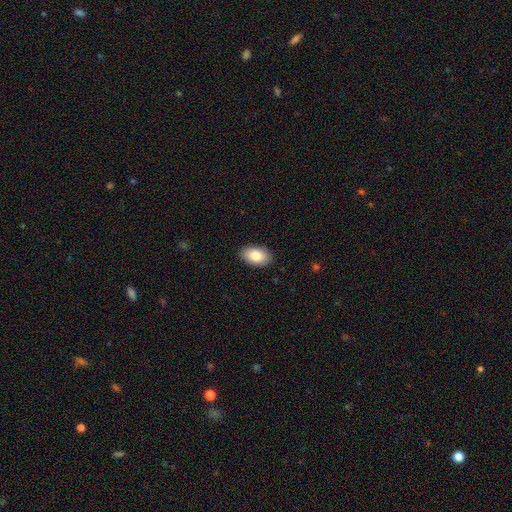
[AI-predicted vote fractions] Morphology: type=smooth (84%); roundness=in between (93%); merging=none (89%).